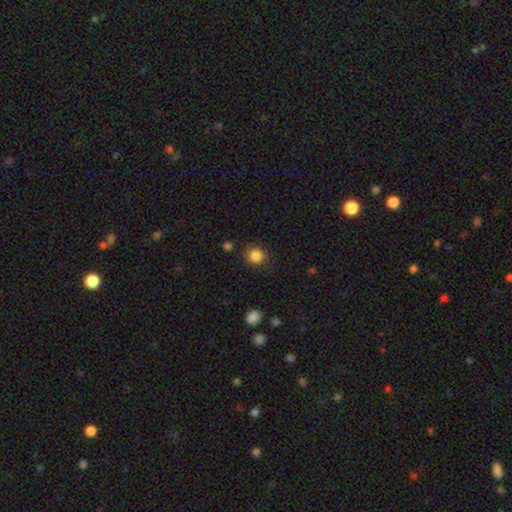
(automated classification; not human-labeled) smooth-or-featured: smooth: 85% | star or artifact: 11% | featured or disk: 4%
  how-rounded: round: 89% | in between: 10% | cigar-shaped: 1%
  merging: none: 88% | minor disturbance: 8% | major disturbance: 3% | merger: 2%